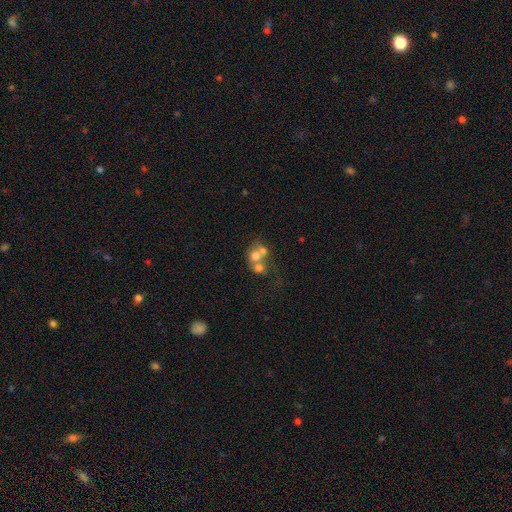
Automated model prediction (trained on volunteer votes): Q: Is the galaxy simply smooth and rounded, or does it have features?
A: smooth — 58%.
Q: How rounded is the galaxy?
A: round — 66%.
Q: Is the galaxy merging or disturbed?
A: merger — 67%.